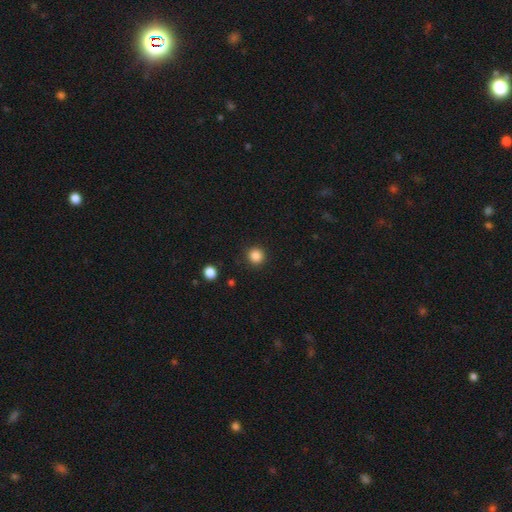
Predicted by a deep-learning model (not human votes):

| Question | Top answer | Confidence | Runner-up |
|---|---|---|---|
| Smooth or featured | smooth | 85% | star or artifact (11%) |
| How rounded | round | 95% | in between (4%) |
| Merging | none | 92% | minor disturbance (5%) |